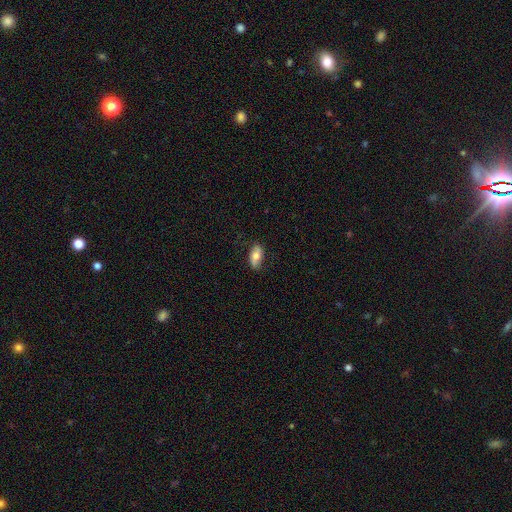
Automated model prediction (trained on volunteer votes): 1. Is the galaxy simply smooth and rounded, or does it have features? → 70% smooth, 24% featured or disk, 6% star or artifact.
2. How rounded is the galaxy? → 89% in between, 7% cigar-shaped, 4% round.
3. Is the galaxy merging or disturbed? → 81% none, 15% minor disturbance, 3% major disturbance, 1% merger.